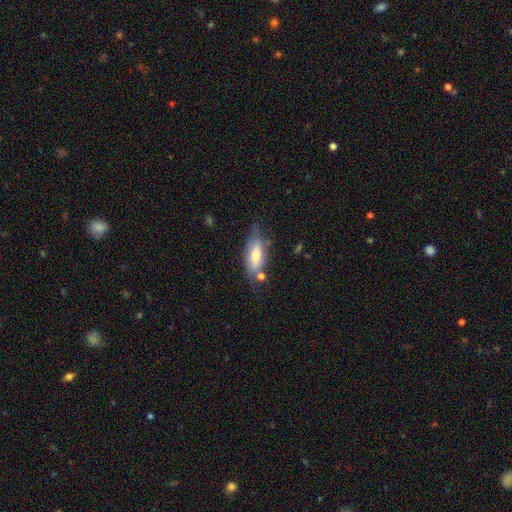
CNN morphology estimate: This appears to be a smooth galaxy with no disk features (67%) that is in between round and cigar-shaped (78%). Merging: none (57%).